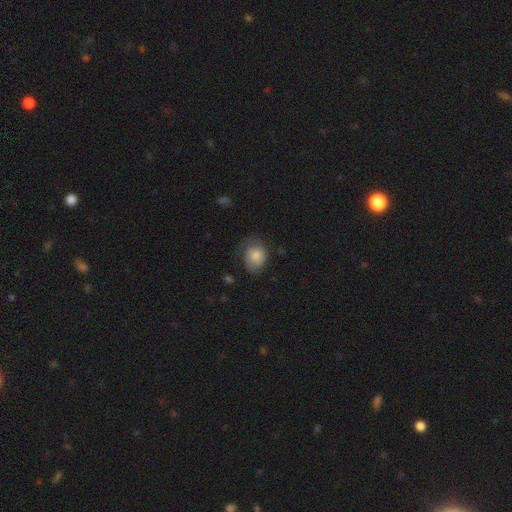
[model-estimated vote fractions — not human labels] Q: Smooth or featured?
A: smooth (70%); runner-up: featured or disk (22%)
Q: How rounded?
A: round (51%); runner-up: in between (48%)
Q: Merging?
A: none (49%); runner-up: minor disturbance (31%)